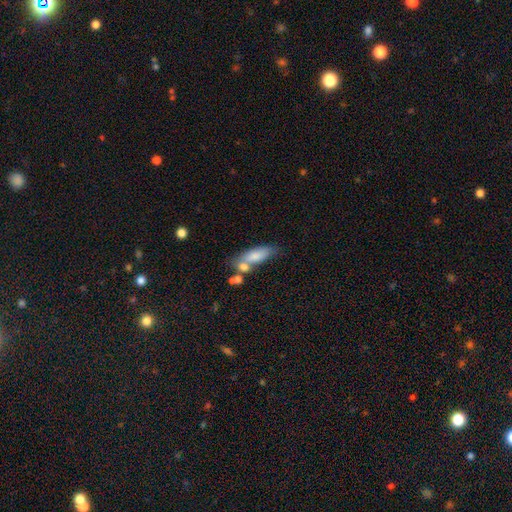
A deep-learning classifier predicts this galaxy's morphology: Overall: smooth (76%). How rounded: in between (66%; cigar-shaped 31%). Merging: none (44%; merger 30%).